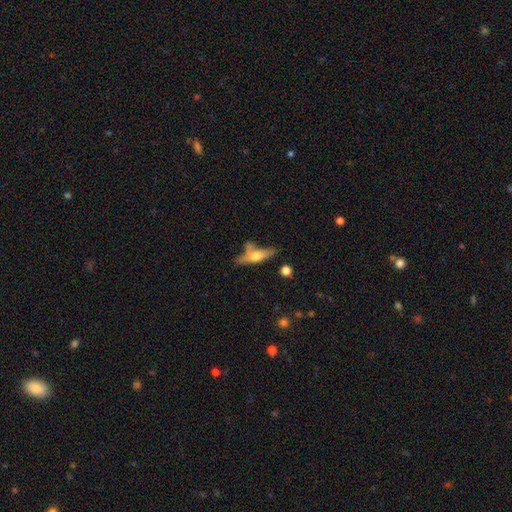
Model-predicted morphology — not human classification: Smooth or featured: smooth — 46% (tied with featured or disk — 46%)
Merging: none — 46% (merger — 22%)